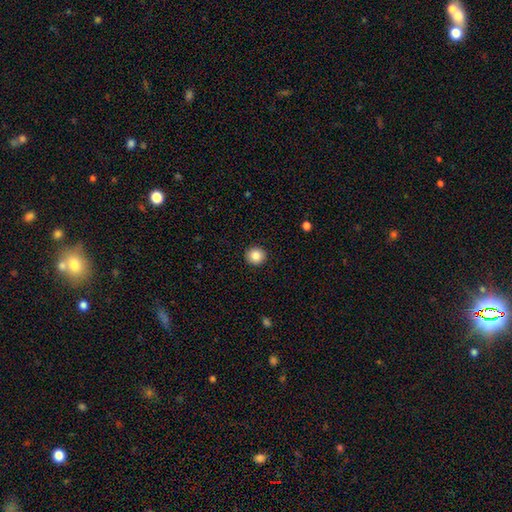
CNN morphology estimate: A smooth galaxy with no disk features (85%) that is round (93%). Merging: none (92%).